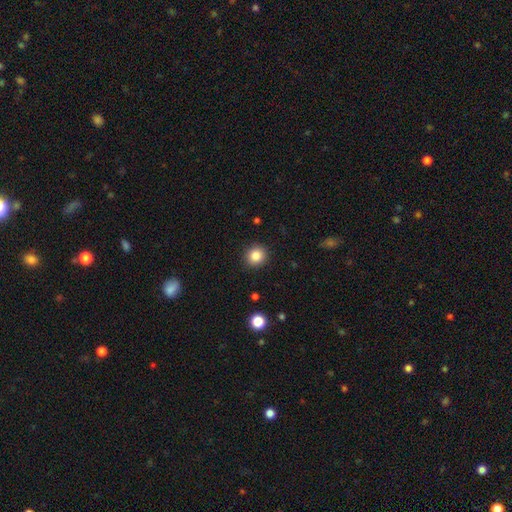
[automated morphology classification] Smooth or featured? smooth (85%)
How rounded? round (89%)
Merging? none (91%)